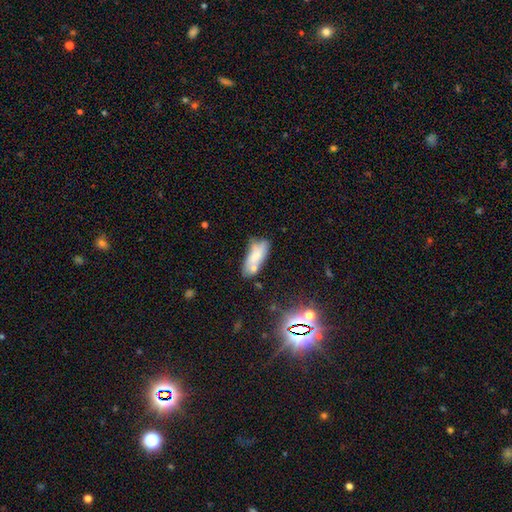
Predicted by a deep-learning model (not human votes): This appears to be a smooth galaxy with no disk features (71%) that is in between round and cigar-shaped (74%). Merging: none (47%).